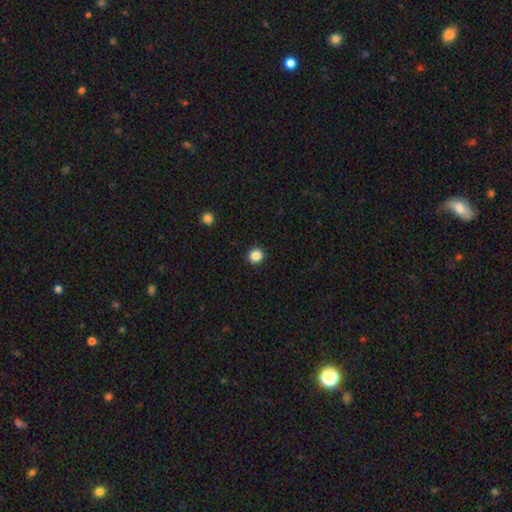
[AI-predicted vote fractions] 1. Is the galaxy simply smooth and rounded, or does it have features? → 86% smooth, 11% star or artifact, 3% featured or disk.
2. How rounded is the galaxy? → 94% round, 5% in between, 1% cigar-shaped.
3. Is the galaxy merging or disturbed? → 93% none, 4% minor disturbance, 2% major disturbance, 1% merger.